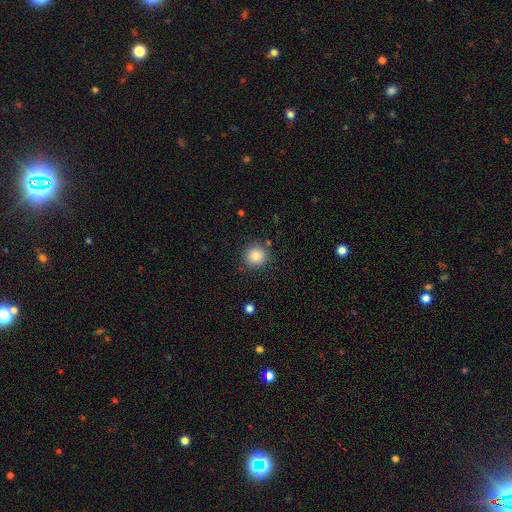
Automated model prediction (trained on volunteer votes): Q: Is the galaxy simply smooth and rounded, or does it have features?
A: smooth — 84%.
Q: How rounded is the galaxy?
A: round — 93%.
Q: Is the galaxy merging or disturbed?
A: none — 87%.